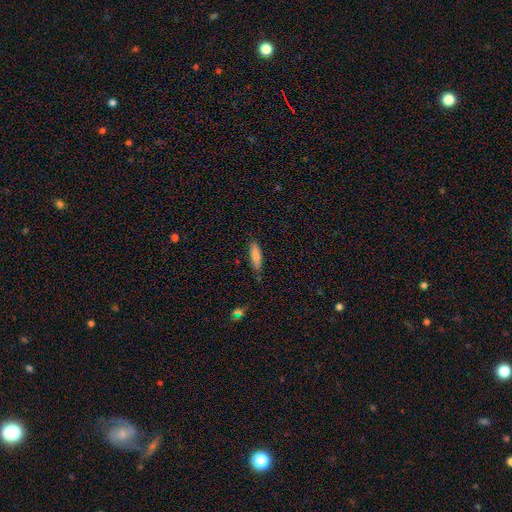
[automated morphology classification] A smooth galaxy with no disk features (83%) that is cigar-shaped (62%). Merging: none (75%).